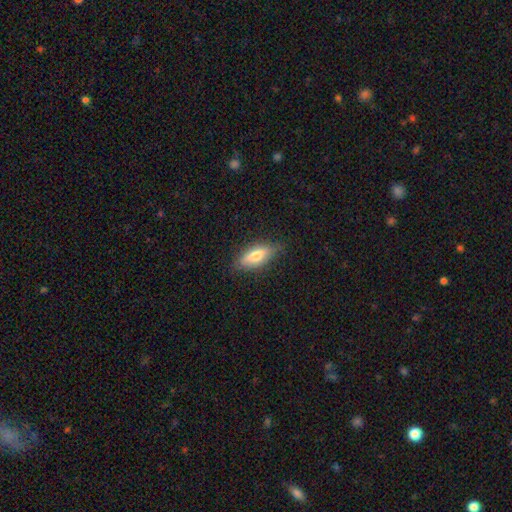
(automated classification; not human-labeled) Smooth or featured: smooth — 66% (featured or disk — 27%)
How rounded: in between — 65% (cigar-shaped — 33%)
Merging: none — 80% (minor disturbance — 15%)